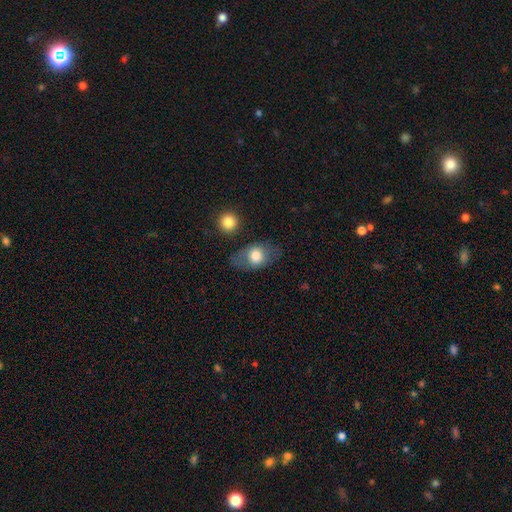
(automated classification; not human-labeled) Smooth or featured?
  - smooth: 72% *
  - featured or disk: 21%
  - star or artifact: 7%
How rounded?
  - in between: 70% *
  - round: 27%
  - cigar-shaped: 3%
Merging?
  - none: 69% *
  - minor disturbance: 19%
  - major disturbance: 8%
  - merger: 4%